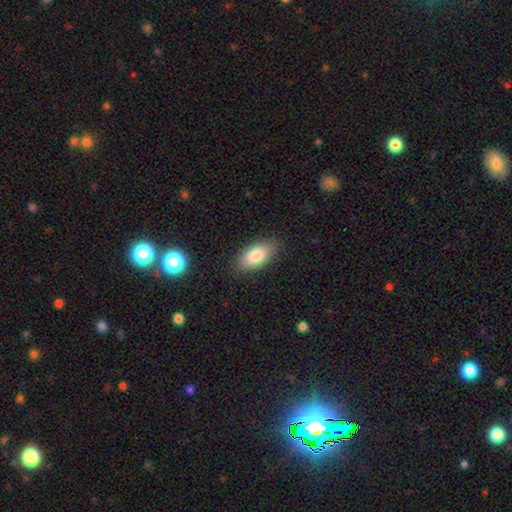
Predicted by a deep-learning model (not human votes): Smooth or featured? Predicted: smooth (p=0.83). How rounded? Predicted: in between (p=0.91). Merging? Predicted: none (p=0.85).